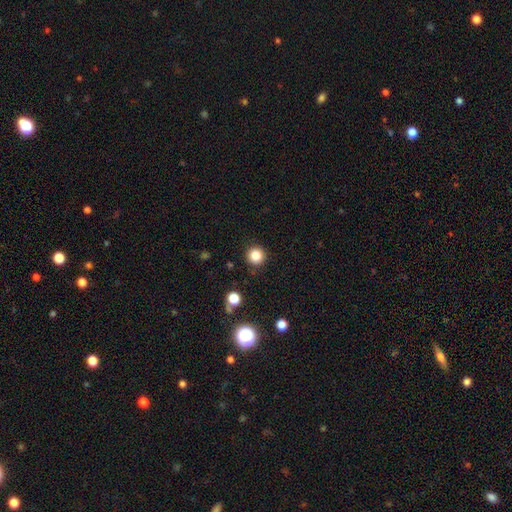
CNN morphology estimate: smooth-or-featured: smooth: 84% | star or artifact: 12% | featured or disk: 4%
  how-rounded: round: 95% | in between: 4% | cigar-shaped: 1%
  merging: none: 91% | minor disturbance: 6% | major disturbance: 2% | merger: 2%